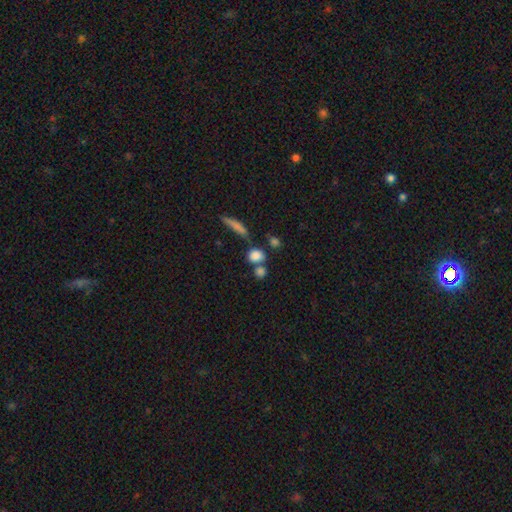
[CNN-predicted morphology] smooth_or_featured: smooth (p=0.82) [alt: star or artifact p=0.10]
how_rounded: round (p=0.71) [alt: in between p=0.23]
merging: none (p=0.56) [alt: merger p=0.29]